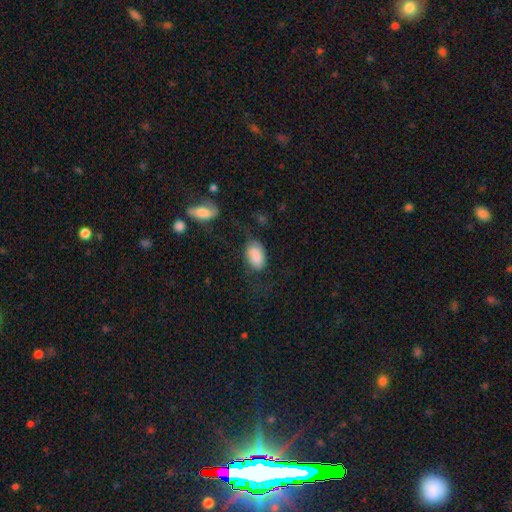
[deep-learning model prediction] smooth-or-featured: smooth: 81% | featured or disk: 12% | star or artifact: 7%
  how-rounded: in between: 91% | round: 8% | cigar-shaped: 2%
  merging: none: 54% | minor disturbance: 24% | major disturbance: 16% | merger: 5%